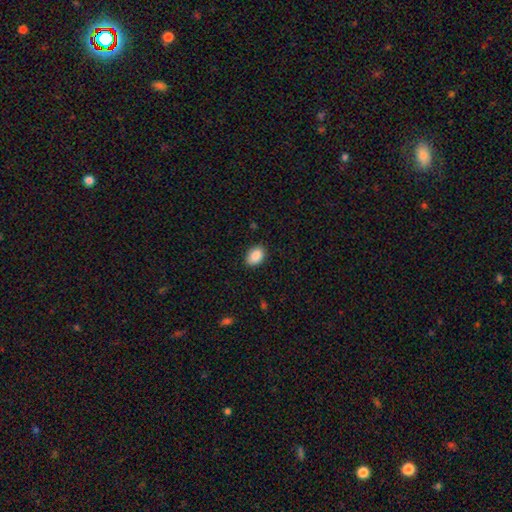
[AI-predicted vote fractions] This is clearly a smooth galaxy (89%). How rounded: clearly in between (84%). Merging: clearly none (86%).